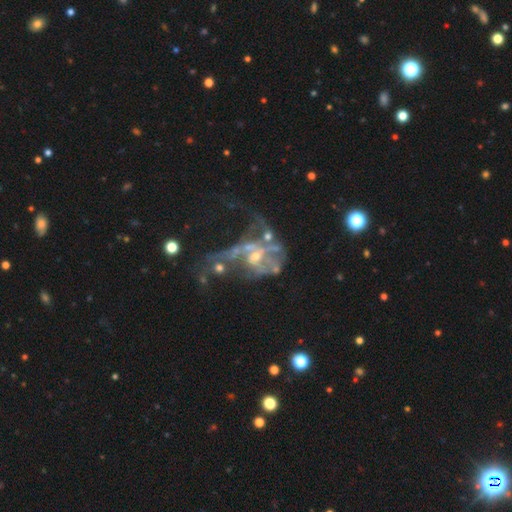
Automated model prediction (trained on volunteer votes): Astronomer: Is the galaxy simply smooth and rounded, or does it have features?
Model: featured or disk — 72%.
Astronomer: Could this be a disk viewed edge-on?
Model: no — 97%.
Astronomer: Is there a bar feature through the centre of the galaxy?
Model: no — 73%.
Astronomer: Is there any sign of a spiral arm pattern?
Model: no — 58% (runner-up: yes, 42%).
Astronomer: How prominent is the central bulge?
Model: small — 46% (runner-up: moderate, 33%).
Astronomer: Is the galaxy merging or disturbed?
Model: major disturbance — 43% (runner-up: merger, 28%).